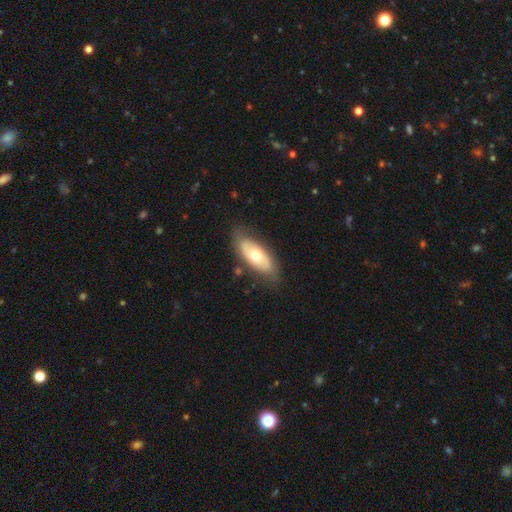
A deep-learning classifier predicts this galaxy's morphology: A smooth galaxy with no disk features (50%).

Vote fractions:
- Smooth or featured? smooth: 50% / featured or disk: 45% / star or artifact: 5%
- Merging? none: 77% / minor disturbance: 17% / major disturbance: 5% / merger: 2%